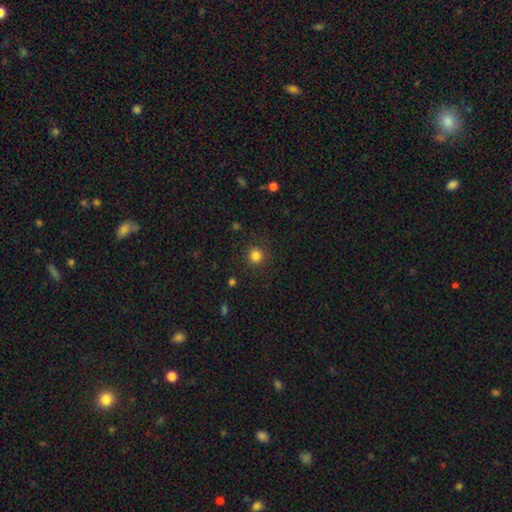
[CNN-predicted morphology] smooth 83%, star or artifact 13%, featured or disk 4%. Down the decision tree: how rounded — round (94%); merging — none (89%).